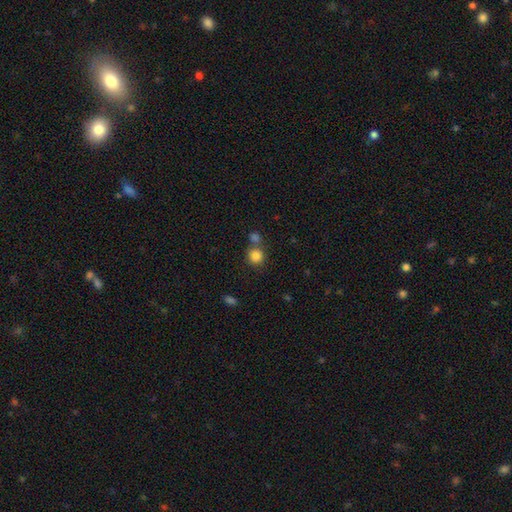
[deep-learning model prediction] smooth-or-featured: smooth: 84% | star or artifact: 11% | featured or disk: 5%
  how-rounded: round: 90% | in between: 9% | cigar-shaped: 1%
  merging: none: 64% | merger: 24% | minor disturbance: 9% | major disturbance: 3%